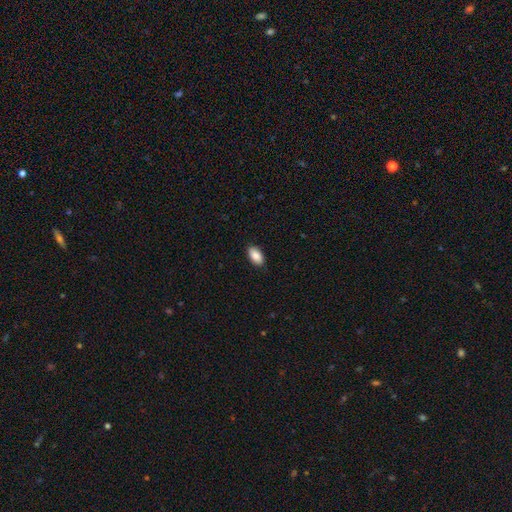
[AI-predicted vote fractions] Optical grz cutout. It shows a smooth galaxy with no disk features (89%) that is in between round and cigar-shaped (94%). Merging: none (88%).